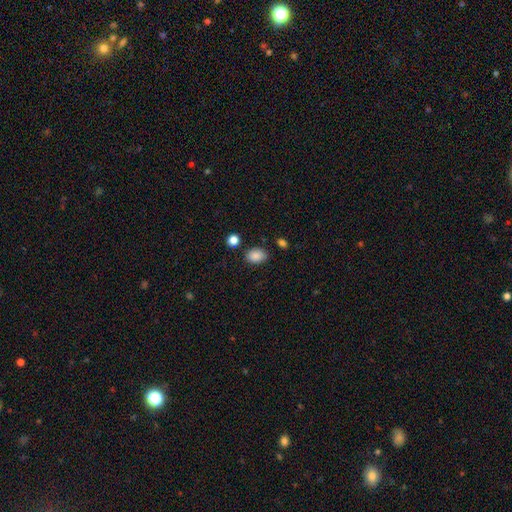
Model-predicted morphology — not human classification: Overall: smooth (88%). How rounded: in between (77%). Merging: none (81%).